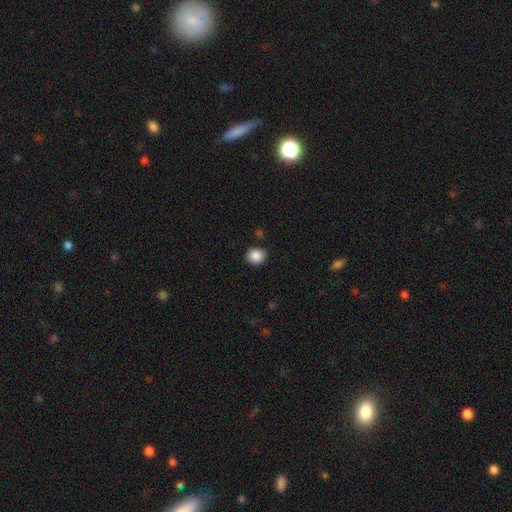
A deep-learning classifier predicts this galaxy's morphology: smooth_or_featured: smooth (p=0.88) [alt: star or artifact p=0.09]
how_rounded: round (p=0.81) [alt: in between p=0.18]
merging: none (p=0.90) [alt: minor disturbance p=0.07]